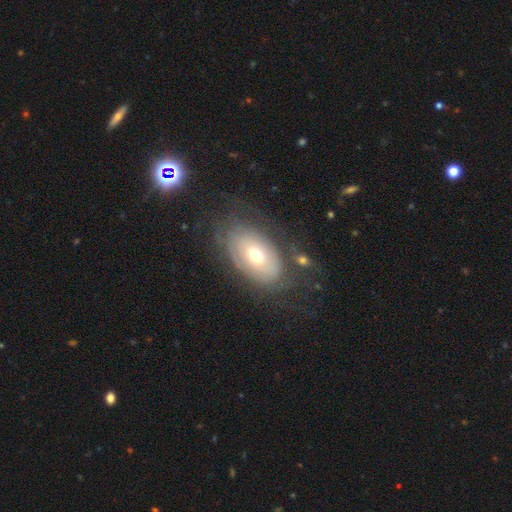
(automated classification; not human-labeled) Smooth or featured? featured or disk (58%)
Edge-on disk? no (92%)
Bar? no (78%)
Spiral arms? yes (55%)
Bulge size? moderate (67%)
Merging? none (65%)